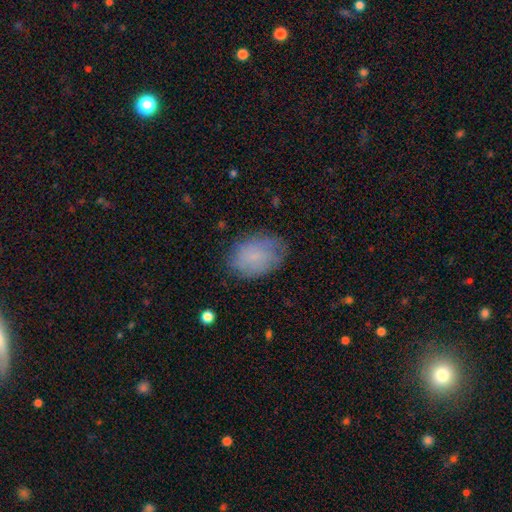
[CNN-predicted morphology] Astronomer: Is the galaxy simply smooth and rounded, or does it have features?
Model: smooth — 72%.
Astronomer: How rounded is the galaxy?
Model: in between — 81%.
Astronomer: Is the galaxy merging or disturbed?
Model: none — 75%.